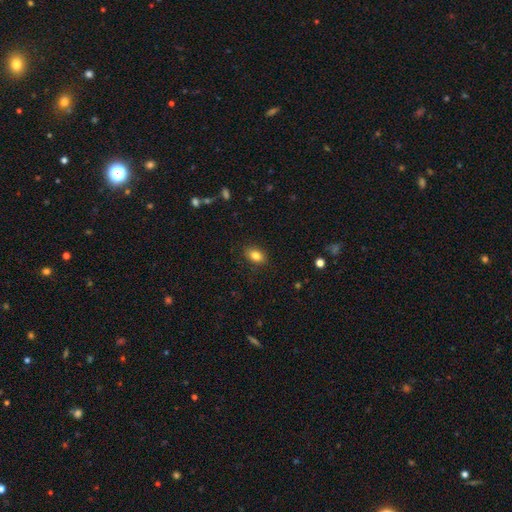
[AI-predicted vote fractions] Overall: smooth (84%). How rounded: in between (84%). Merging: none (87%).